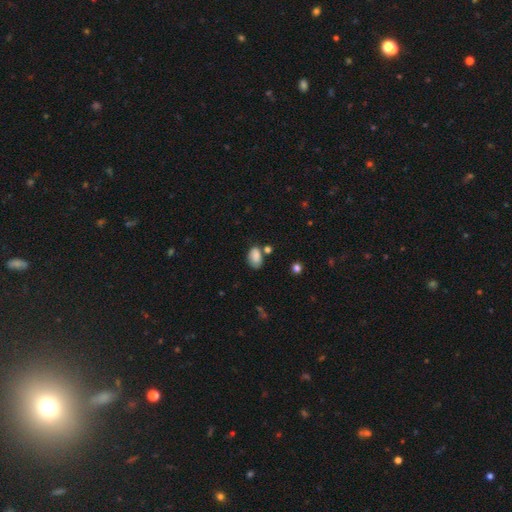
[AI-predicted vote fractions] The model was most divided on "merging": none: 54%, minor disturbance: 22%, merger: 16%, major disturbance: 7%. More confident: how rounded — in between (88%); smooth or featured — smooth (83%).